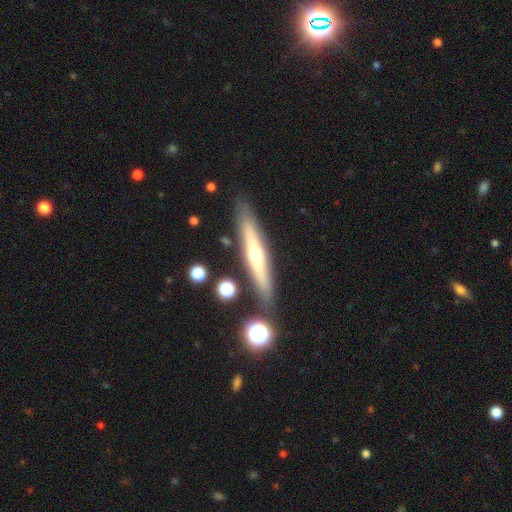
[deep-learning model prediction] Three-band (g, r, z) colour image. It shows a featured or disk galaxy (60%) viewed edge-on (92%) with a rounded central bulge (83%). Merging: none (84%).